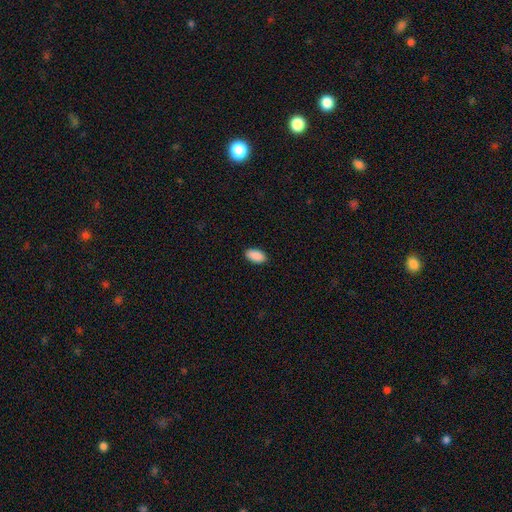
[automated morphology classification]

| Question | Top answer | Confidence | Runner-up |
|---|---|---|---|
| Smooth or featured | smooth | 91% | star or artifact (7%) |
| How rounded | in between | 95% | round (3%) |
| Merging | none | 89% | minor disturbance (8%) |